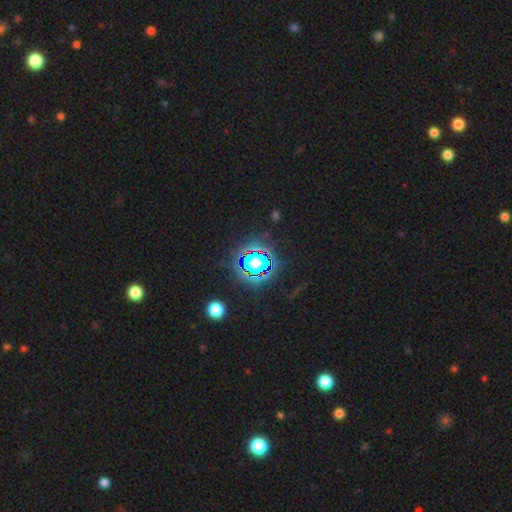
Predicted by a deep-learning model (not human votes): This appears to be a star or artifact, not a galaxy (80%).